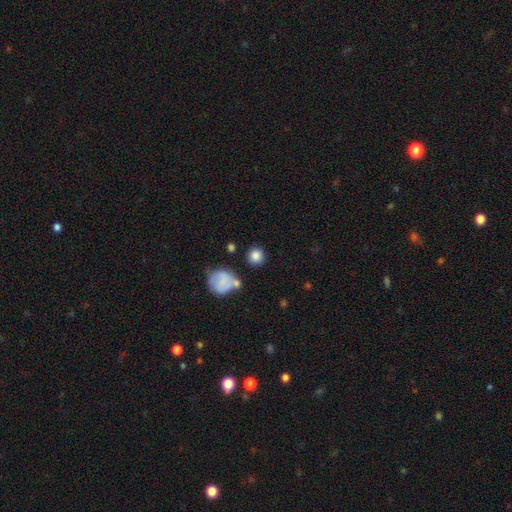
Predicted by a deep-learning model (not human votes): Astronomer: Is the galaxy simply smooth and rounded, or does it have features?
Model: smooth — 84%.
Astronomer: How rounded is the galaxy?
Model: round — 90%.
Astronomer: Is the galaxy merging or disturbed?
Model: none — 78%.